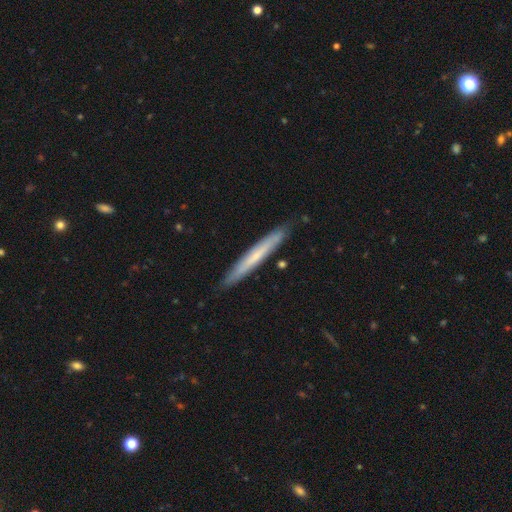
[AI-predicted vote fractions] Q: Smooth or featured?
A: smooth (52%); runner-up: featured or disk (43%)
Q: How rounded?
A: cigar-shaped (96%); runner-up: in between (3%)
Q: Merging?
A: none (88%); runner-up: minor disturbance (9%)